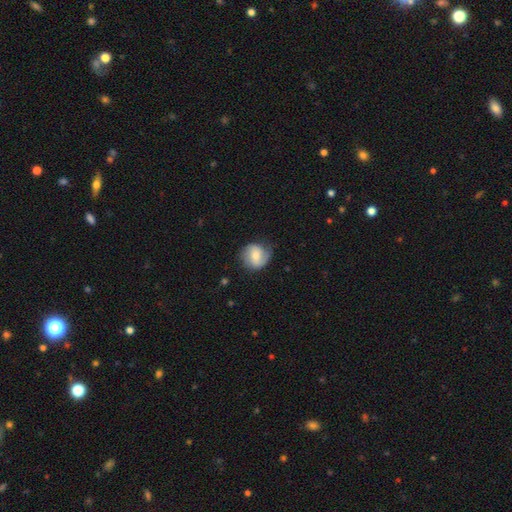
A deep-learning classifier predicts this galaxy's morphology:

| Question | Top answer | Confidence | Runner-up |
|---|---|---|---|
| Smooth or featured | featured or disk | 54% | smooth (40%) |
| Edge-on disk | no | 97% | yes (3%) |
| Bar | weak | 46% | no (38%) |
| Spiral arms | yes | 87% | no (13%) |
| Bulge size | moderate | 51% | small (39%) |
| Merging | none | 70% | minor disturbance (21%) |